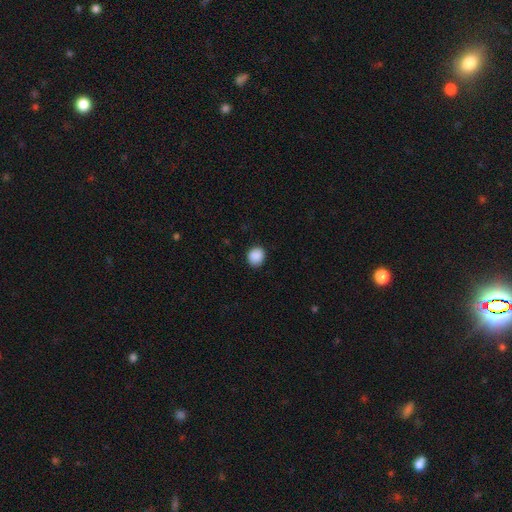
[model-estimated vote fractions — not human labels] smooth-or-featured: smooth: 89% | star or artifact: 8% | featured or disk: 2%
  how-rounded: round: 75% | in between: 24% | cigar-shaped: 1%
  merging: none: 87% | minor disturbance: 10% | major disturbance: 2% | merger: 1%